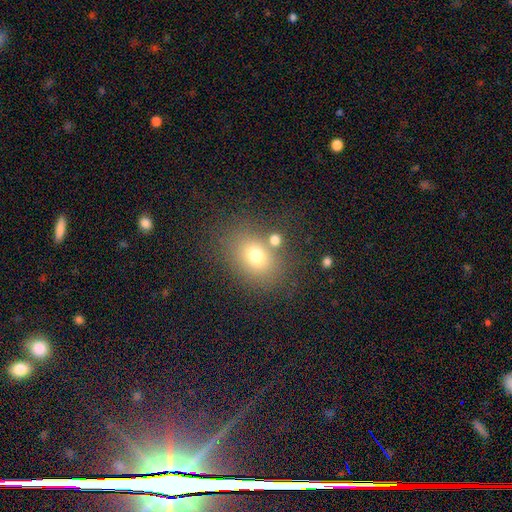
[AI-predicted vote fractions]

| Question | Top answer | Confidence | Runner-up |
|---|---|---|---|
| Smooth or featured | smooth | 71% | star or artifact (15%) |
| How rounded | in between | 58% | round (41%) |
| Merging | none | 71% | minor disturbance (13%) |